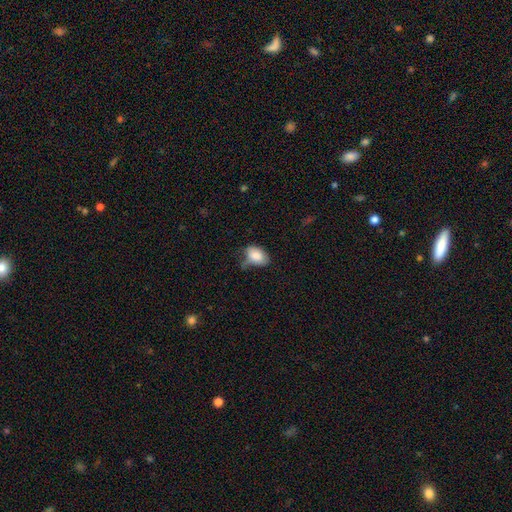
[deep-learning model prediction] Q: Smooth or featured?
A: smooth (84%); runner-up: featured or disk (8%)
Q: How rounded?
A: in between (87%); runner-up: round (12%)
Q: Merging?
A: none (43%); runner-up: minor disturbance (37%)